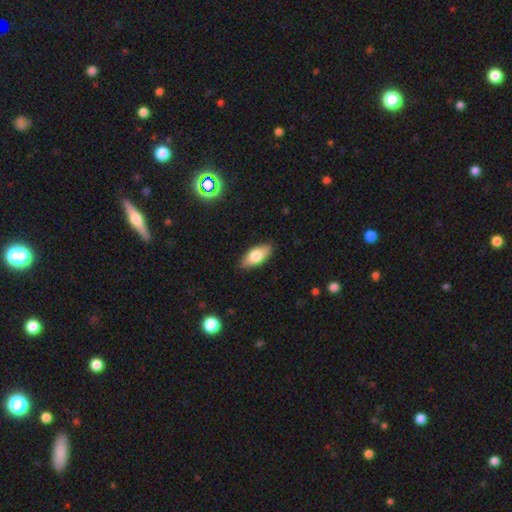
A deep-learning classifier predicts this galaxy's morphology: Smooth or featured?
  - smooth: 74% *
  - featured or disk: 19%
  - star or artifact: 7%
How rounded?
  - in between: 84% *
  - cigar-shaped: 13%
  - round: 3%
Merging?
  - none: 87% *
  - minor disturbance: 10%
  - major disturbance: 2%
  - merger: 1%